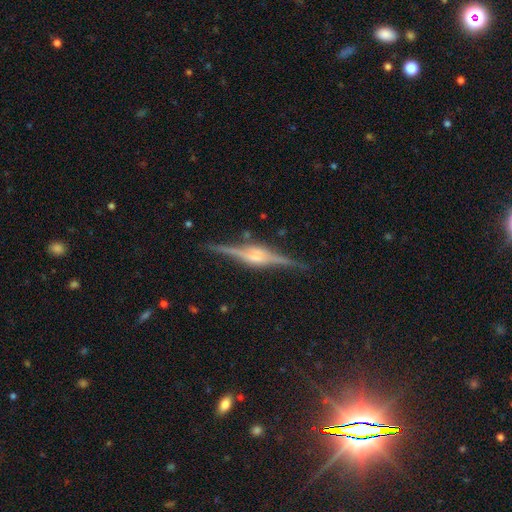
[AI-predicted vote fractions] smooth_or_featured: featured or disk (p=0.87) [alt: smooth p=0.07]
disk_edge_on: yes (p=0.98) [alt: no p=0.02]
edge_on_bulge: rounded (p=0.68) [alt: boxy p=0.28]
merging: none (p=0.87) [alt: minor disturbance p=0.09]